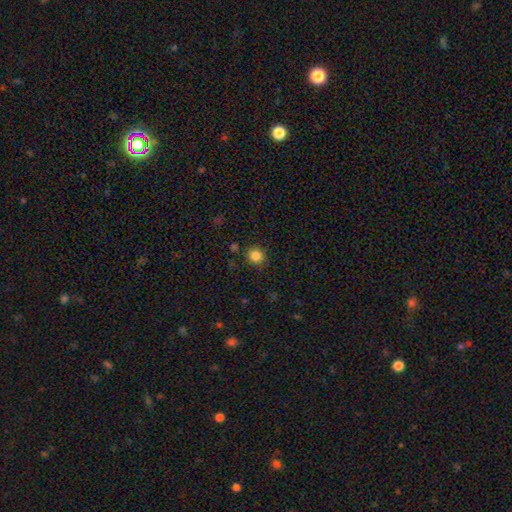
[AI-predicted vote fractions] smooth-or-featured: smooth: 84% | star or artifact: 12% | featured or disk: 4%
  how-rounded: round: 88% | in between: 12% | cigar-shaped: 1%
  merging: none: 86% | minor disturbance: 9% | major disturbance: 3% | merger: 3%